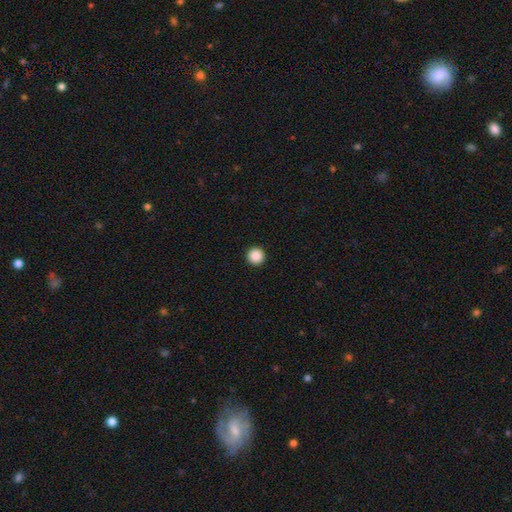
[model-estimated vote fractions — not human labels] Smooth or featured: smooth — 89% (star or artifact — 9%)
How rounded: round — 96% (in between — 3%)
Merging: none — 94% (minor disturbance — 4%)